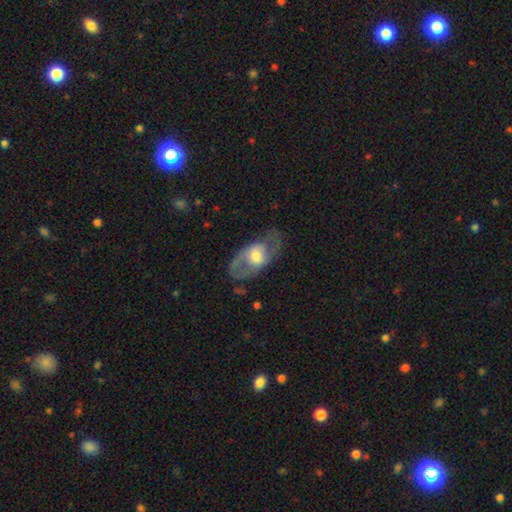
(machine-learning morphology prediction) Smooth or featured?
  - featured or disk: 66% *
  - smooth: 28%
  - star or artifact: 6%
Edge-on disk?
  - no: 90% *
  - yes: 10%
Bar?
  - no: 59% *
  - weak: 32%
  - strong: 9%
Spiral arms?
  - yes: 67% *
  - no: 33%
Bulge size?
  - moderate: 58% *
  - large: 21%
  - small: 17%
  - dominant: 2%
  - none: 2%
Merging?
  - none: 66% *
  - minor disturbance: 19%
  - major disturbance: 13%
  - merger: 2%